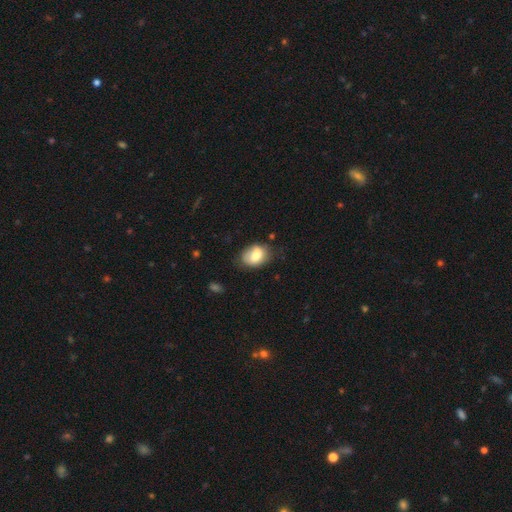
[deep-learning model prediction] Q: Smooth or featured?
A: smooth (73%); runner-up: featured or disk (19%)
Q: How rounded?
A: in between (71%); runner-up: round (28%)
Q: Merging?
A: none (59%); runner-up: minor disturbance (29%)